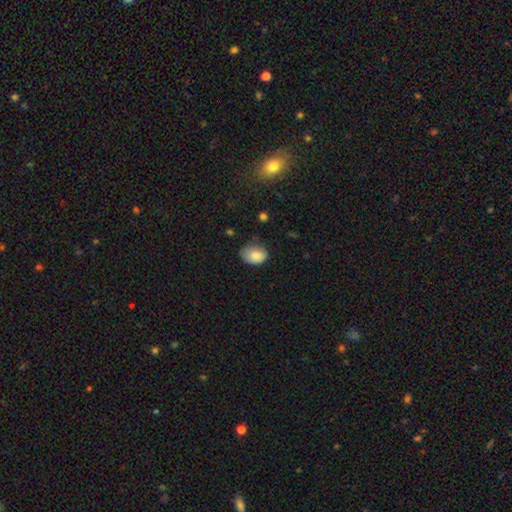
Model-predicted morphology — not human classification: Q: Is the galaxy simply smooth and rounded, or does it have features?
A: smooth — 85%.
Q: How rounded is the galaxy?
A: in between — 75%.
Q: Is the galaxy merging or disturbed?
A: none — 55%.